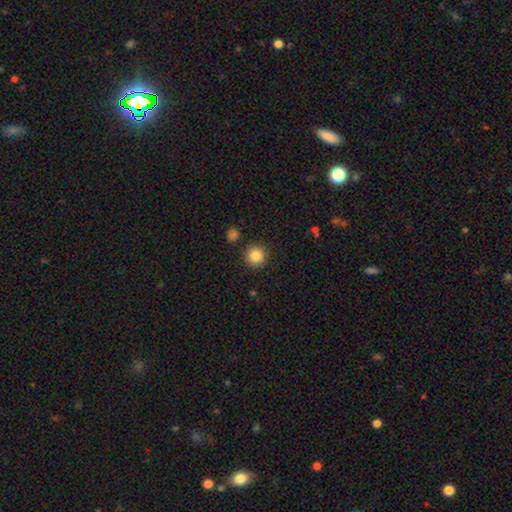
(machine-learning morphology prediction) Smooth or featured? smooth (86%)
How rounded? round (94%)
Merging? none (89%)